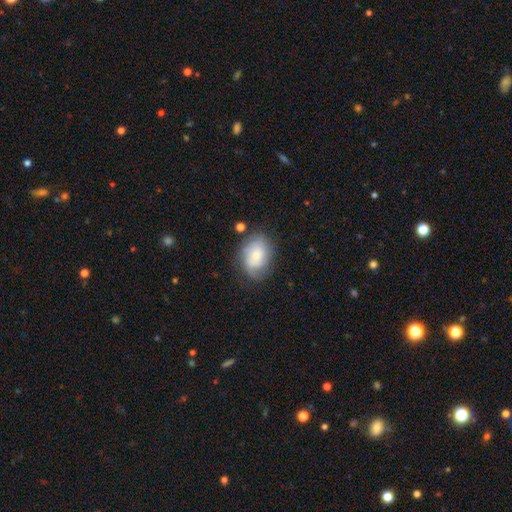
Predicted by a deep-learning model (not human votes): A smooth galaxy with no disk features (68%) that is in between round and cigar-shaped (73%).

Vote fractions:
- Smooth or featured? smooth: 68% / featured or disk: 24% / star or artifact: 8%
- How rounded? in between: 73% / round: 26% / cigar-shaped: 1%
- Merging? none: 60% / minor disturbance: 26% / major disturbance: 10% / merger: 4%